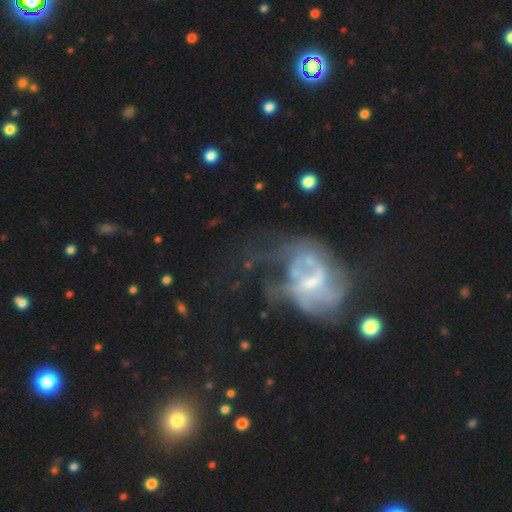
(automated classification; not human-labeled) Smooth or featured? featured or disk (75%)
Edge-on disk? no (96%)
Bar? weak (43%)
Spiral arms? yes (85%)
Spiral winding? medium (42%)
Spiral arm count? 2 (36%)
Bulge size? small (63%)
Merging? none (37%, tied with major disturbance)